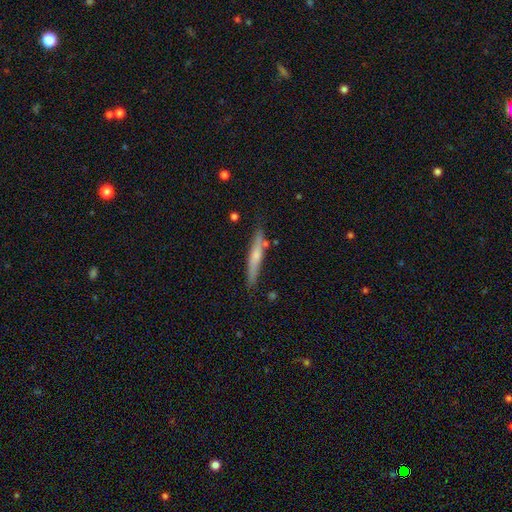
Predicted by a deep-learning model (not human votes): Morphology: type=smooth (47%, tied with featured or disk); merging=none (81%).